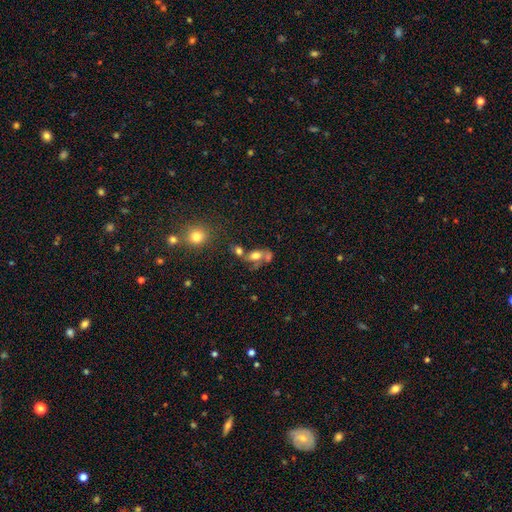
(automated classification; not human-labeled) Morphology: type=smooth (58%); roundness=in between (78%); merging=merger (49%).